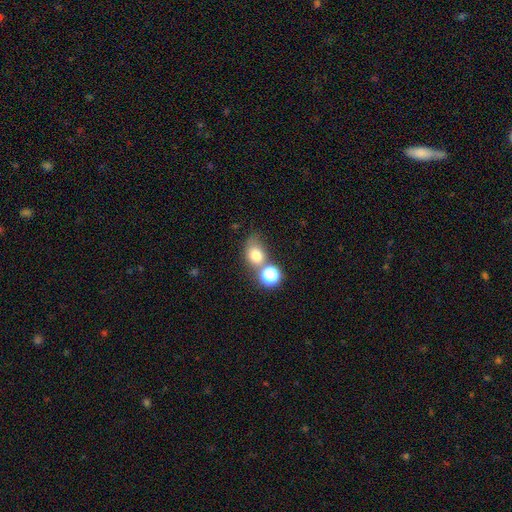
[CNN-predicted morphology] smooth_or_featured: smooth (p=0.73) [alt: star or artifact p=0.15]
how_rounded: in between (p=0.52) [alt: round p=0.47]
merging: none (p=0.46) [alt: merger p=0.28]